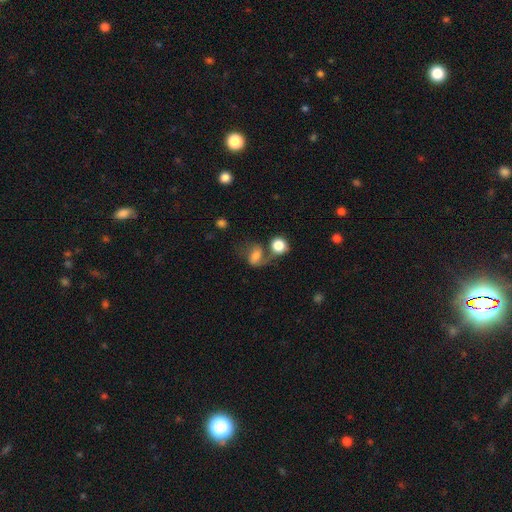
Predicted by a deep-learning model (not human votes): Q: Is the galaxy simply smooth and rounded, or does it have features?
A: smooth — 51%.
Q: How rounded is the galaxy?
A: in between — 58%.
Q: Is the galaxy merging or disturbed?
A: merger — 37%.